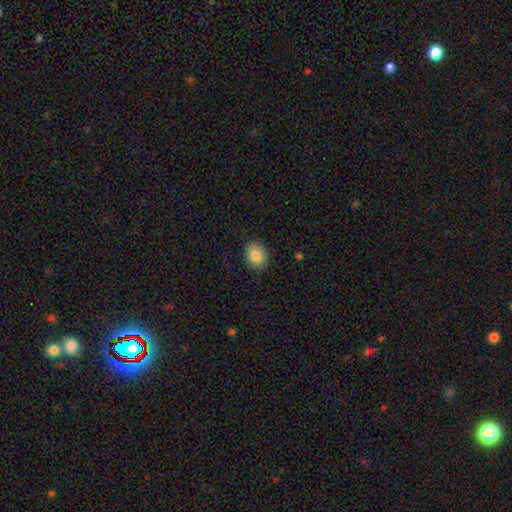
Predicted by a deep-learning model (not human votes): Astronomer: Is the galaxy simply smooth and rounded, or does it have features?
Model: smooth — 84%.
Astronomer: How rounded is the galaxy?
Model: round — 51% (runner-up: in between, 49%).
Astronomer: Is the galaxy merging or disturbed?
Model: none — 84%.